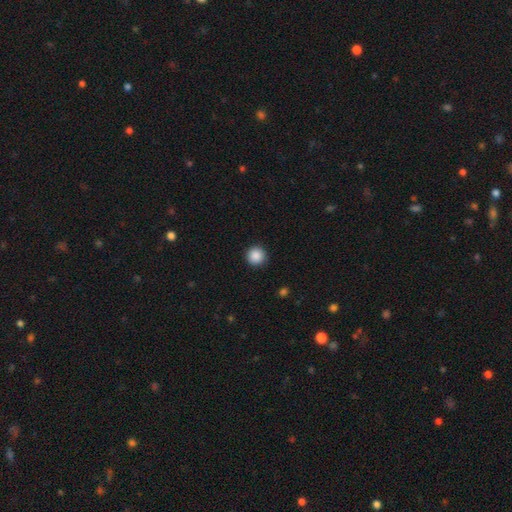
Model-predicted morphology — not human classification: A smooth galaxy with no disk features (88%) that is round (96%).

Vote fractions:
- Smooth or featured? smooth: 88% / star or artifact: 9% / featured or disk: 3%
- How rounded? round: 96% / in between: 3% / cigar-shaped: 1%
- Merging? none: 93% / minor disturbance: 5% / major disturbance: 2% / merger: 1%